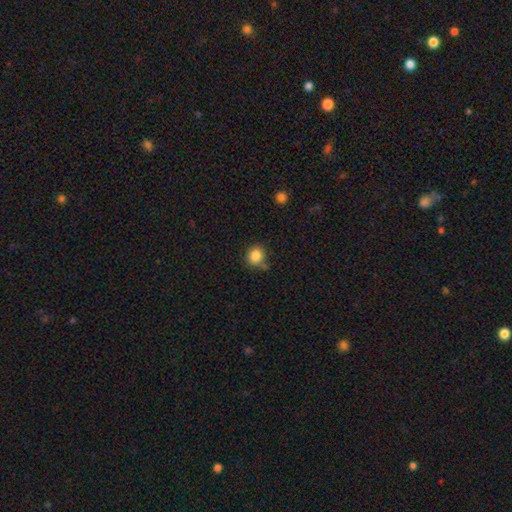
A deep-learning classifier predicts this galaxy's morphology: smooth 85%, star or artifact 10%, featured or disk 5%. Down the decision tree: how rounded — round (80%); merging — none (74%).